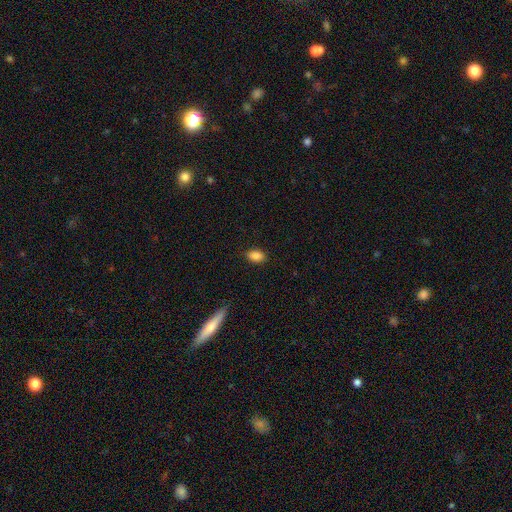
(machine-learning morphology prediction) type=smooth (87%); roundness=in between (86%); merging=none (87%).